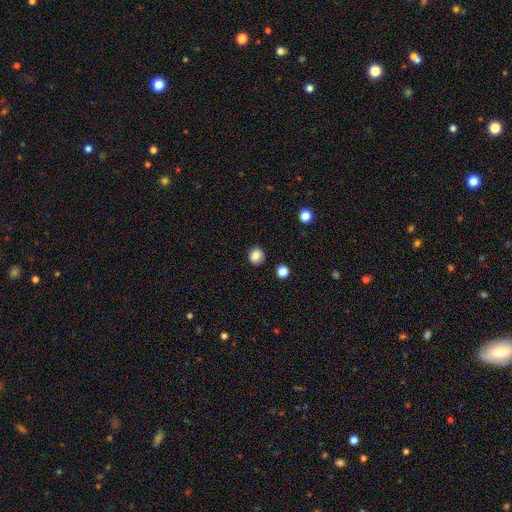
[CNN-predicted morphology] Smooth or featured? smooth (86%)
How rounded? round (88%)
Merging? none (88%)